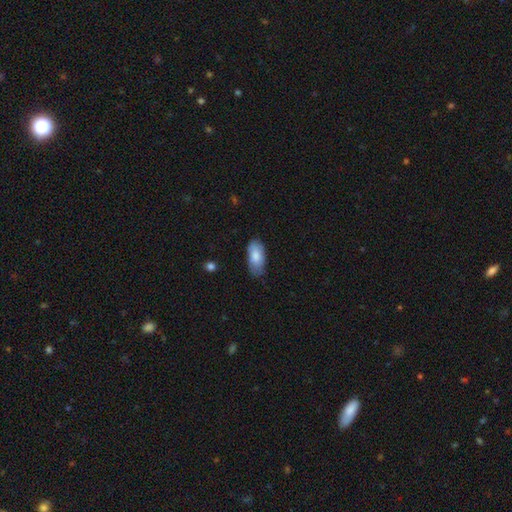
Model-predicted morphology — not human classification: Smooth or featured?
  - smooth: 81% *
  - featured or disk: 14%
  - star or artifact: 6%
How rounded?
  - in between: 93% *
  - cigar-shaped: 5%
  - round: 2%
Merging?
  - none: 70% *
  - minor disturbance: 24%
  - major disturbance: 4%
  - merger: 1%